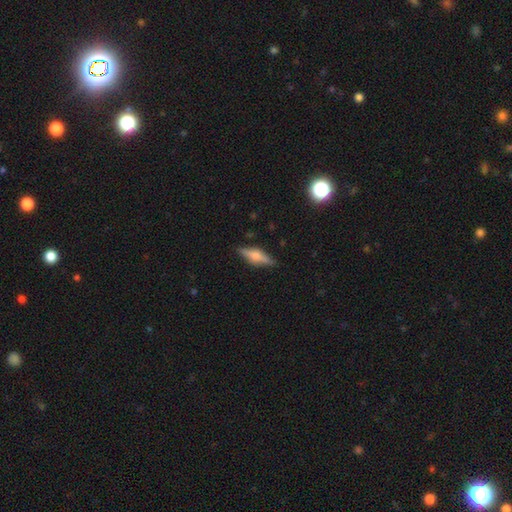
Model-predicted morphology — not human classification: Smooth or featured?
  - featured or disk: 53% *
  - smooth: 40%
  - star or artifact: 7%
Edge-on disk?
  - yes: 95% *
  - no: 5%
Edge-on bulge?
  - rounded: 85% *
  - boxy: 11%
  - none: 4%
Merging?
  - none: 85% *
  - minor disturbance: 11%
  - major disturbance: 2%
  - merger: 1%